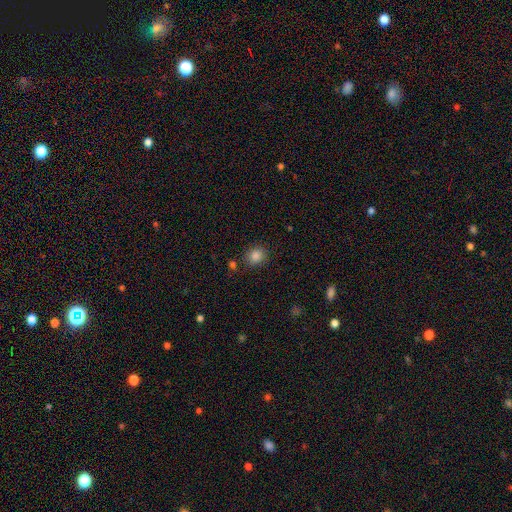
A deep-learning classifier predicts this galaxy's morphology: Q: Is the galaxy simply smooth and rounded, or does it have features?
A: smooth — 84%.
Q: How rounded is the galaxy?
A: round — 73%.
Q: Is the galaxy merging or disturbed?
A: none — 83%.